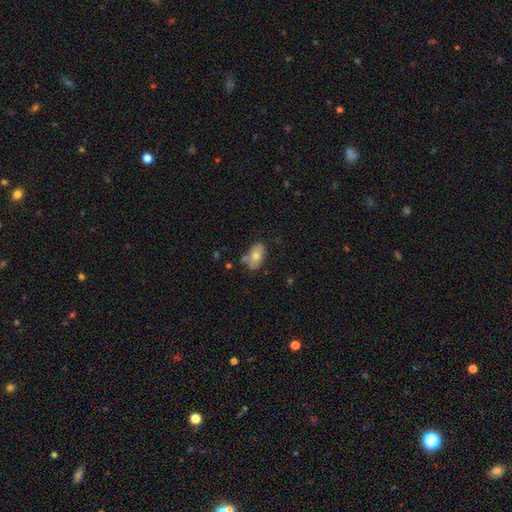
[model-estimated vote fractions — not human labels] This is likely a smooth galaxy (70%). How rounded: clearly in between (89%). Merging: likely none (65%).